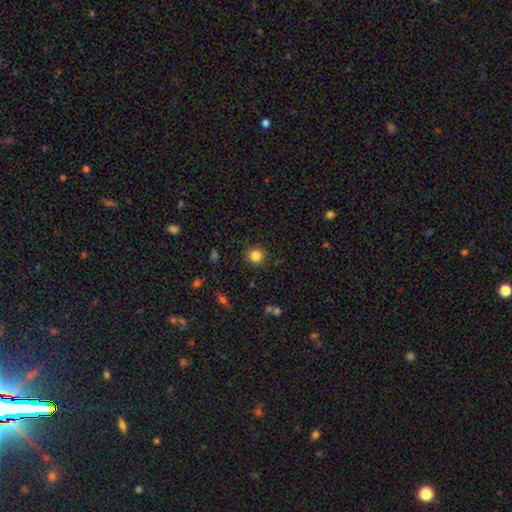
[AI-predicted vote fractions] Smooth or featured? smooth (84%)
How rounded? round (92%)
Merging? none (89%)